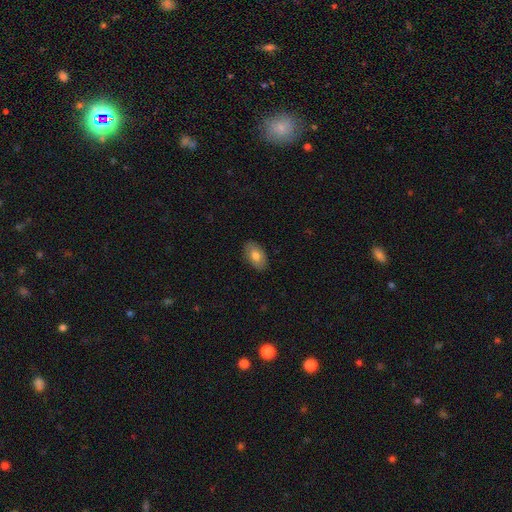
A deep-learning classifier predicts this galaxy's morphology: Smooth or featured? Predicted: smooth (p=0.79). How rounded? Predicted: in between (p=0.93). Merging? Predicted: none (p=0.87).